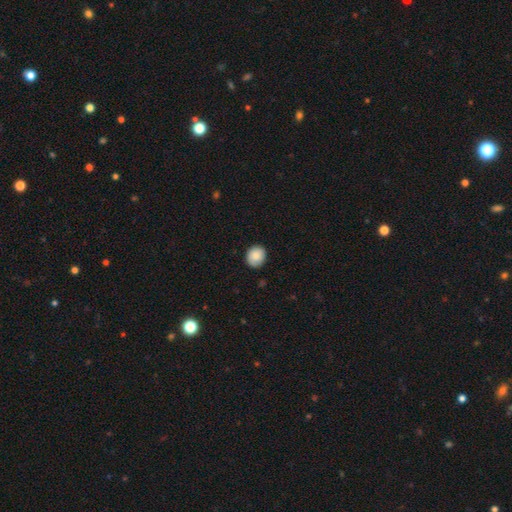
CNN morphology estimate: This appears to be a smooth galaxy with no disk features (85%) that is round (70%). Merging: none (84%).